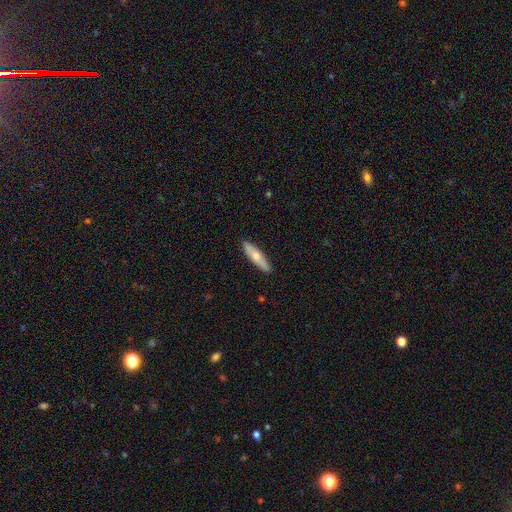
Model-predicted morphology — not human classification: Smooth or featured: smooth — 54% (featured or disk — 40%)
How rounded: cigar-shaped — 75% (in between — 23%)
Merging: none — 90% (minor disturbance — 8%)